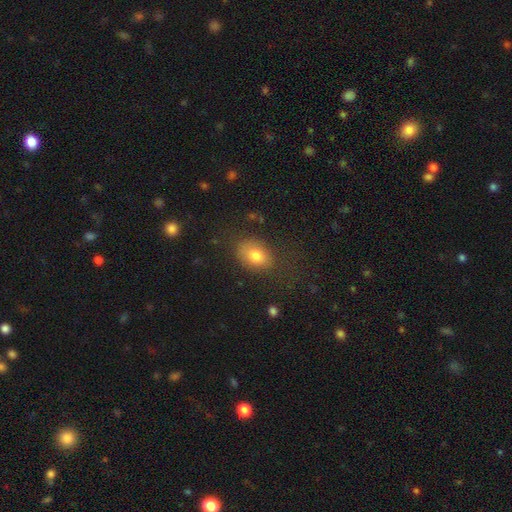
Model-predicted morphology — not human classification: Smooth or featured?
  - smooth: 78% *
  - featured or disk: 12%
  - star or artifact: 10%
How rounded?
  - in between: 77% *
  - round: 22%
  - cigar-shaped: 1%
Merging?
  - none: 68% *
  - minor disturbance: 20%
  - major disturbance: 10%
  - merger: 2%